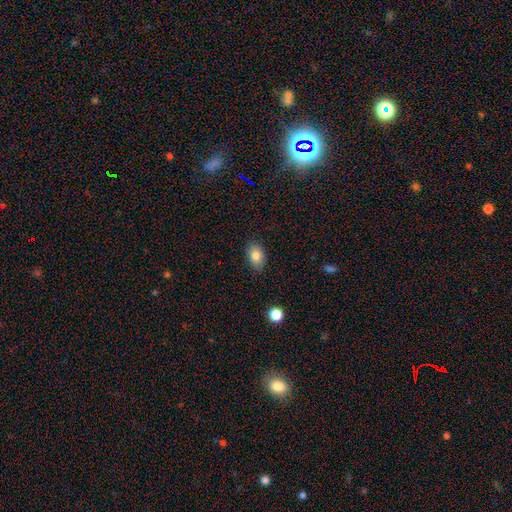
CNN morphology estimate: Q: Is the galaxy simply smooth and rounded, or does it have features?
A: smooth — 81%.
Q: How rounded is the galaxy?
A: in between — 84%.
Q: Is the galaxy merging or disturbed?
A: none — 86%.